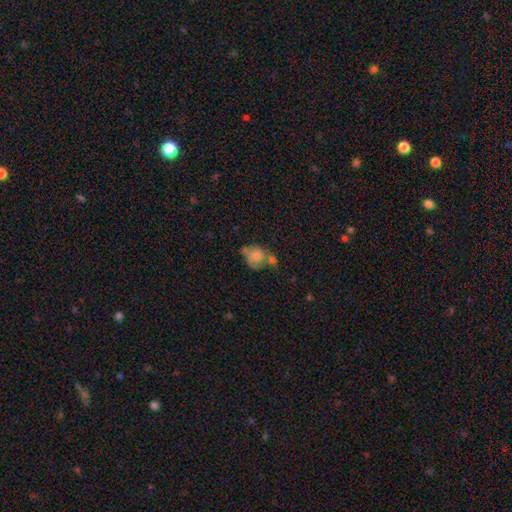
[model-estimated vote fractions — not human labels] Smooth or featured? smooth (66%)
How rounded? round (66%)
Merging? merger (36%)